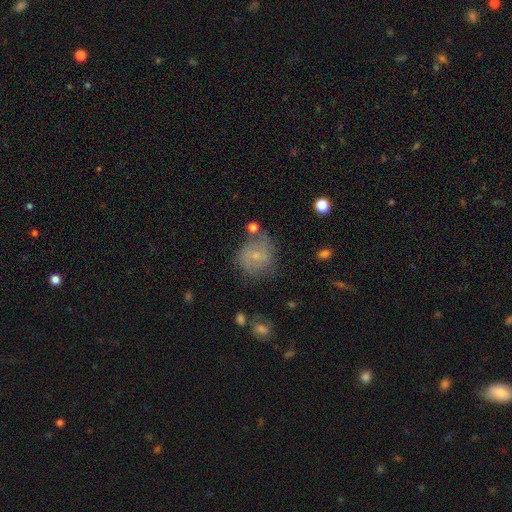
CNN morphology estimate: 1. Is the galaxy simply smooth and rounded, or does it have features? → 55% smooth, 35% featured or disk, 10% star or artifact.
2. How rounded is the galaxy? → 77% round, 21% in between, 1% cigar-shaped.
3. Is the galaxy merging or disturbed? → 58% none, 23% minor disturbance, 12% major disturbance, 7% merger.